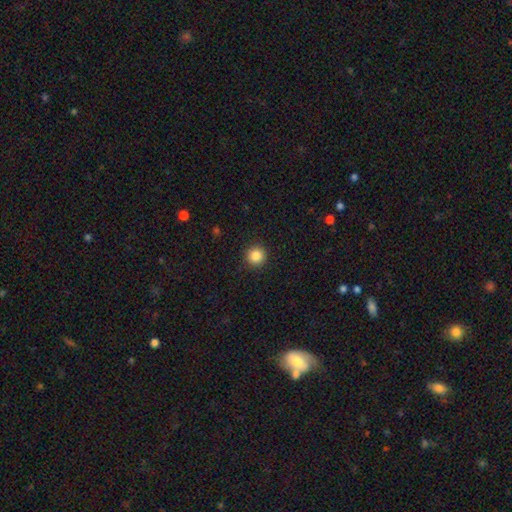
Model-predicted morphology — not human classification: Smooth or featured?
  - smooth: 85% *
  - star or artifact: 10%
  - featured or disk: 4%
How rounded?
  - round: 95% *
  - in between: 4%
  - cigar-shaped: 1%
Merging?
  - none: 92% *
  - minor disturbance: 5%
  - major disturbance: 2%
  - merger: 1%